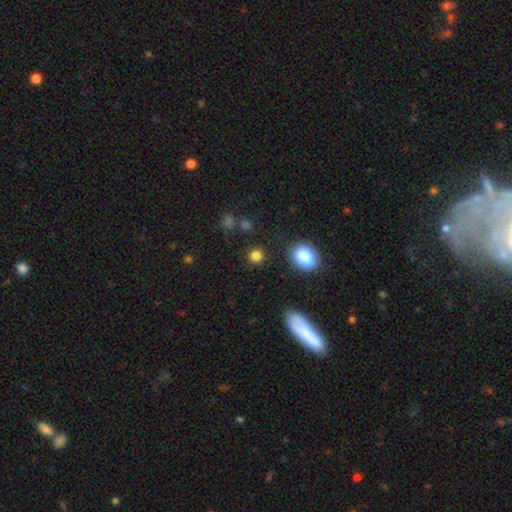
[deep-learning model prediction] The model was most divided on "smooth or featured": smooth: 84%, star or artifact: 12%, featured or disk: 4%. More confident: merging — none (88%); how rounded — round (87%).